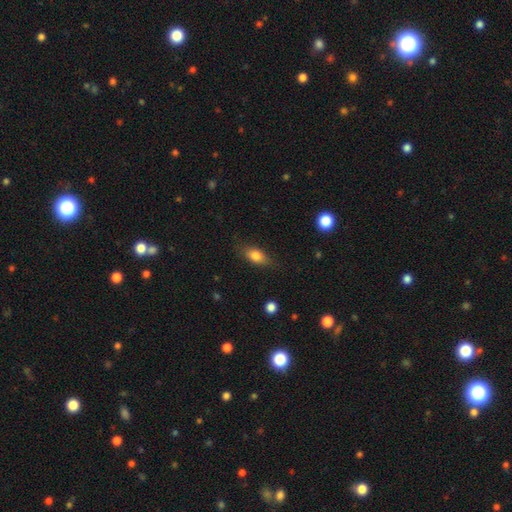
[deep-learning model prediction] Smooth or featured: smooth — 78% (featured or disk — 14%)
How rounded: in between — 80% (cigar-shaped — 12%)
Merging: none — 78% (minor disturbance — 16%)